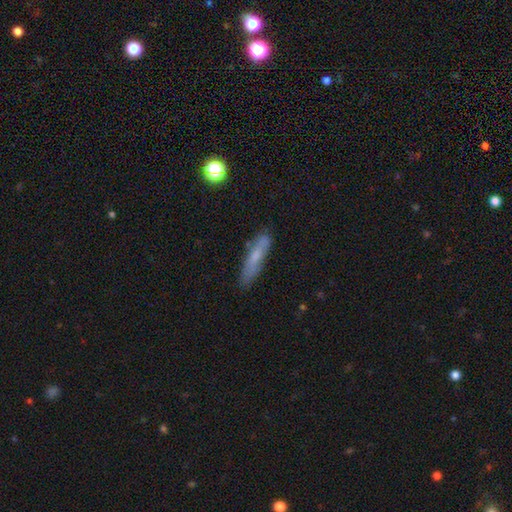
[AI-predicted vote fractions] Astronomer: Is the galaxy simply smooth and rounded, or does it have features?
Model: smooth — 60%.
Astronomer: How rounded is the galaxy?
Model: cigar-shaped — 82%.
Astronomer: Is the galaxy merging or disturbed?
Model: none — 75%.